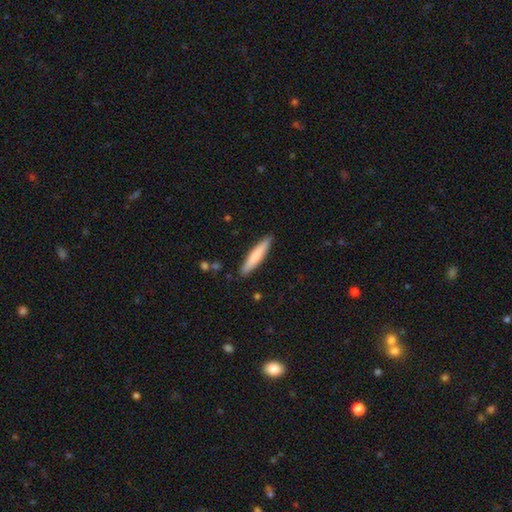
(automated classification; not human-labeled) smooth_or_featured: smooth (p=0.75) [alt: featured or disk p=0.20]
how_rounded: cigar-shaped (p=0.90) [alt: in between p=0.08]
merging: none (p=0.89) [alt: minor disturbance p=0.08]